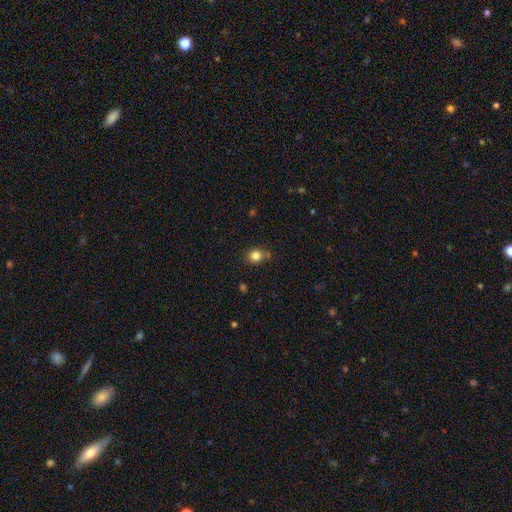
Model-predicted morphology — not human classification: A smooth galaxy with no disk features (83%) that is round (71%).

Vote fractions:
- Smooth or featured? smooth: 83% / star or artifact: 12% / featured or disk: 6%
- How rounded? round: 71% / in between: 28% / cigar-shaped: 1%
- Merging? none: 68% / minor disturbance: 23% / major disturbance: 5% / merger: 4%